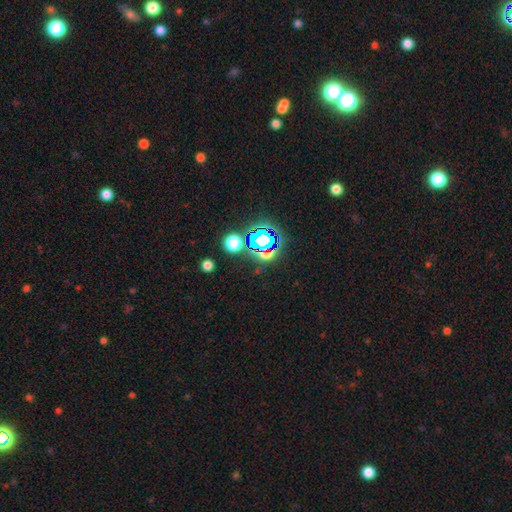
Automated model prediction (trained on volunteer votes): The model was most divided on "smooth or featured": star or artifact: 81%, smooth: 12%, featured or disk: 8%.